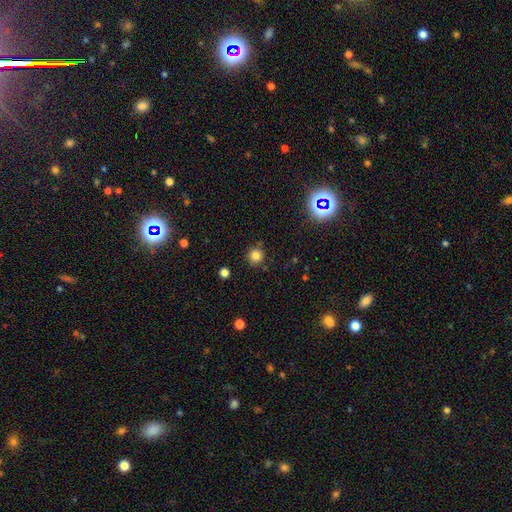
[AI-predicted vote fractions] The model was most divided on "smooth or featured": smooth: 79%, star or artifact: 15%, featured or disk: 6%. More confident: how rounded — round (93%); merging — none (86%).